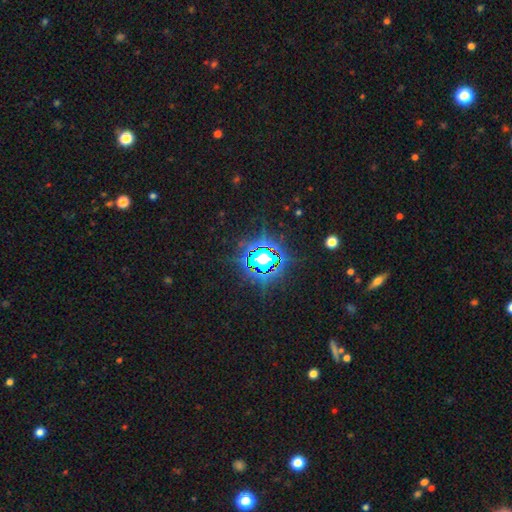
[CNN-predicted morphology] A star or artifact, not a galaxy (84%).